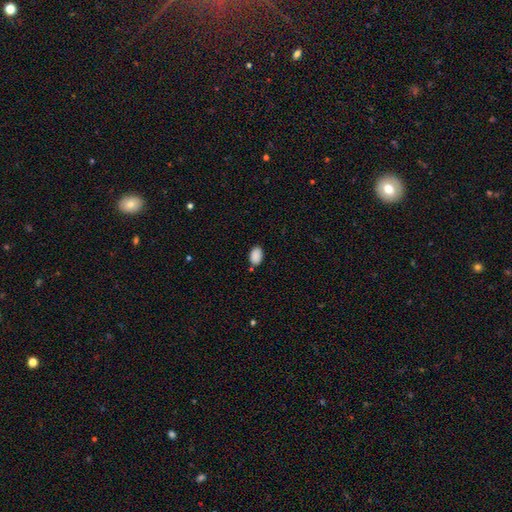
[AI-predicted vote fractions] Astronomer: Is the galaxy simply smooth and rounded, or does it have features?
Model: smooth — 89%.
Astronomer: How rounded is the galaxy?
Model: in between — 87%.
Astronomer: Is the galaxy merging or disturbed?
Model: none — 80%.